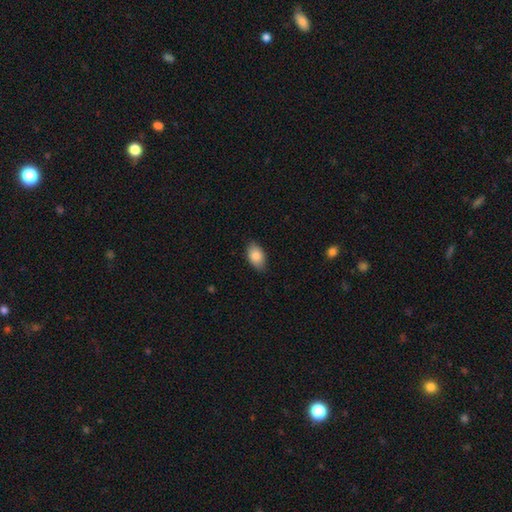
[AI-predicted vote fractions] Q: Smooth or featured?
A: smooth (85%); runner-up: featured or disk (8%)
Q: How rounded?
A: in between (91%); runner-up: round (7%)
Q: Merging?
A: none (84%); runner-up: minor disturbance (12%)